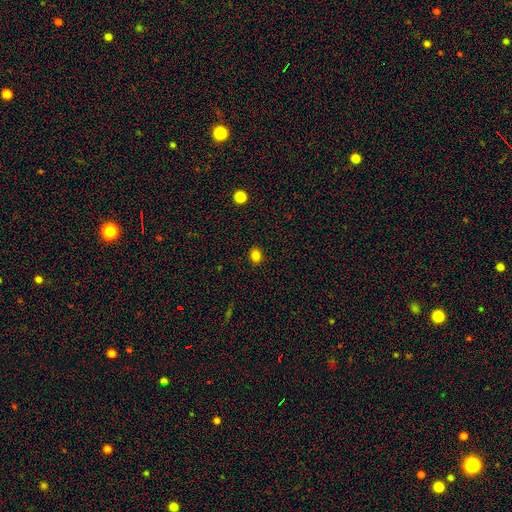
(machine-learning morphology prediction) Smooth or featured? smooth (83%)
How rounded? round (56%)
Merging? none (89%)